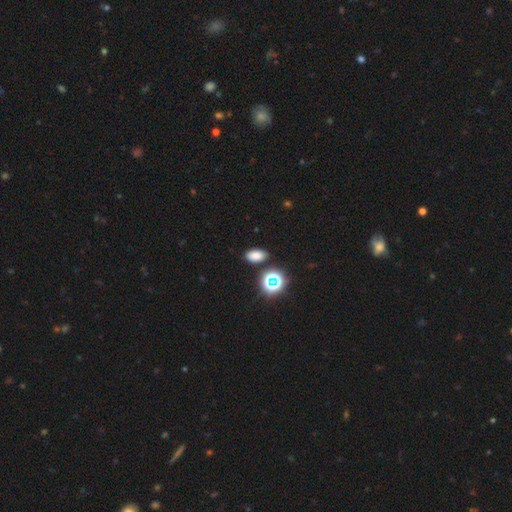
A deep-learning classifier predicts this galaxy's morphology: The model was most divided on "smooth or featured": smooth: 74%, star or artifact: 20%, featured or disk: 6%. More confident: how rounded — in between (86%); merging — none (85%).